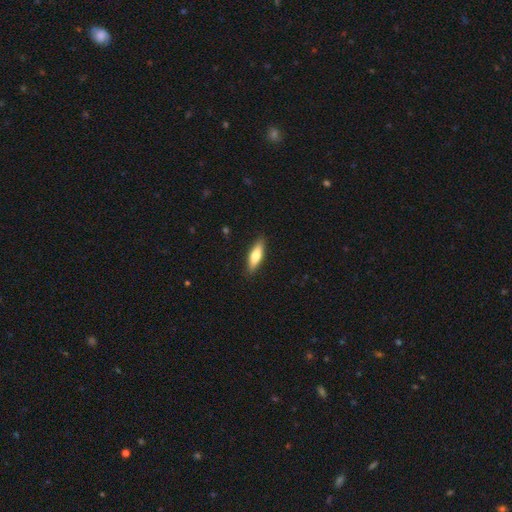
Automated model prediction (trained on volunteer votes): This appears to be a smooth galaxy with no disk features (67%) that is cigar-shaped (55%). Merging: none (88%).